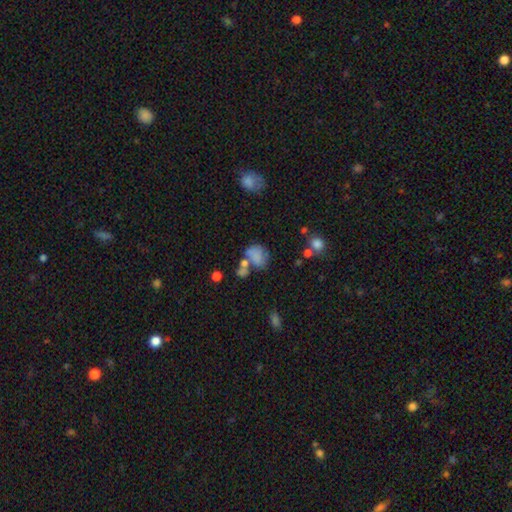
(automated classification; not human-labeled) Smooth or featured? Predicted: smooth (p=0.65). How rounded? Predicted: in between (p=0.50). Merging? Predicted: none (p=0.32).